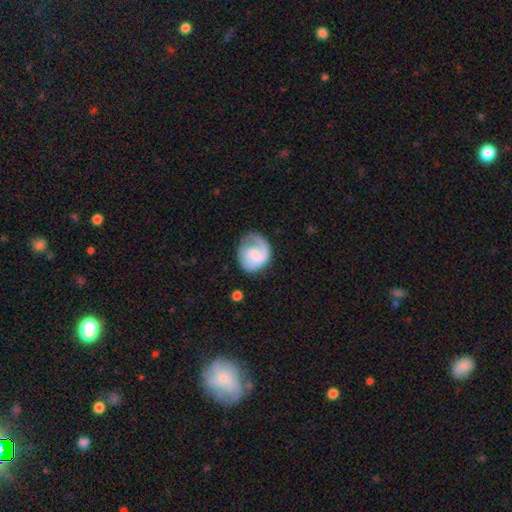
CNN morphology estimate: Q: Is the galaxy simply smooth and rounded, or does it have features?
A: featured or disk — 64%.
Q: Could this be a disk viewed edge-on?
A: no — 98%.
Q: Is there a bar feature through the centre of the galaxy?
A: no — 47%.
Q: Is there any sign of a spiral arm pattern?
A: yes — 89%.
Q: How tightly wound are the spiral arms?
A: medium — 39%.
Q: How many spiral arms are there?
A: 1 — 57%.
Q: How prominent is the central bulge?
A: none — 36%.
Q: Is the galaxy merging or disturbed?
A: none — 55%.